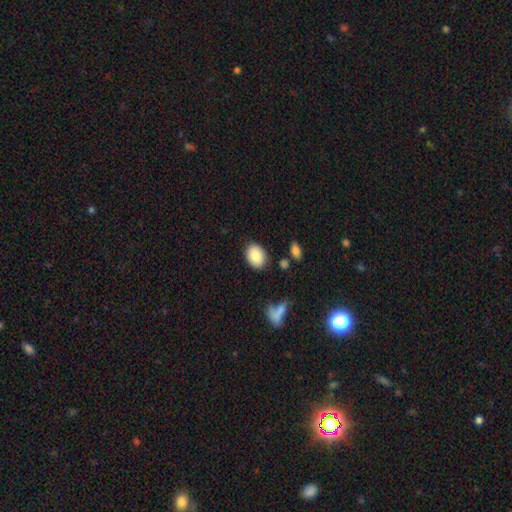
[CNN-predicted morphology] Smooth or featured? smooth (86%)
How rounded? in between (72%)
Merging? none (81%)